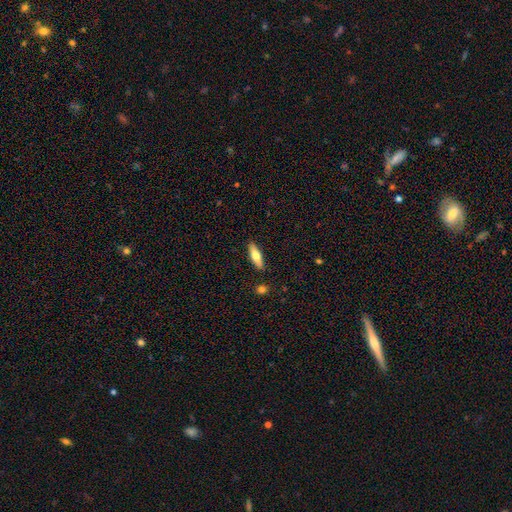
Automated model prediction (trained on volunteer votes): Smooth or featured? Predicted: smooth (p=0.61). How rounded? Predicted: cigar-shaped (p=0.55). Merging? Predicted: none (p=0.89).